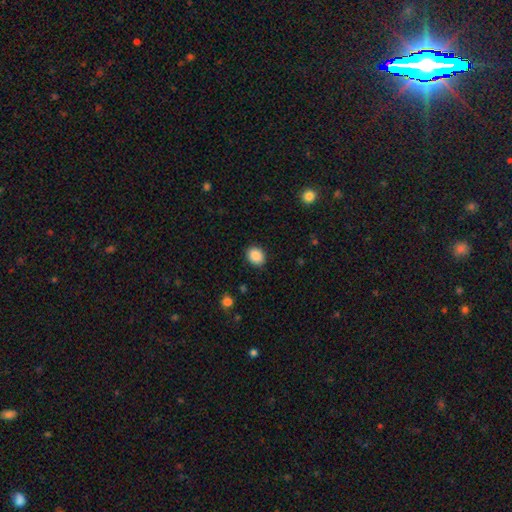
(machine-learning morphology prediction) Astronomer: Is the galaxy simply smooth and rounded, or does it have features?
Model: smooth — 89%.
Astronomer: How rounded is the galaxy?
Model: round — 55% (runner-up: in between, 44%).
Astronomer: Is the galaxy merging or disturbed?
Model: none — 89%.